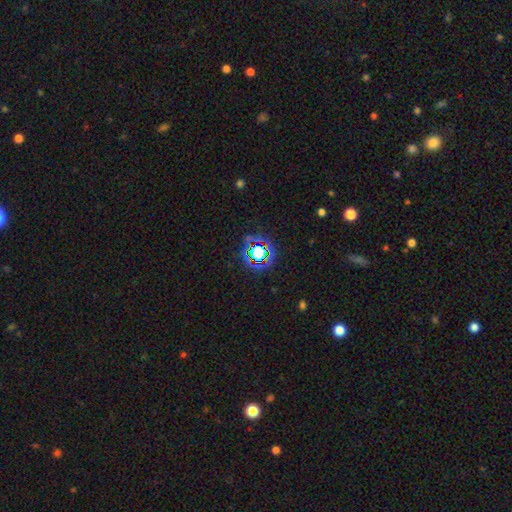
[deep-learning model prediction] Smooth or featured? Predicted: star or artifact (p=0.72).